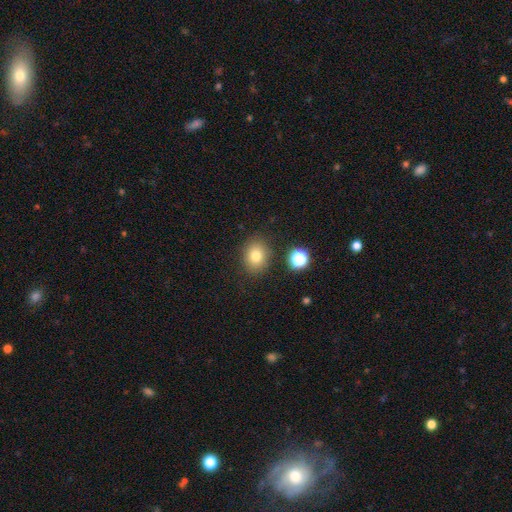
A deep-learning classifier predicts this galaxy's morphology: This is likely a smooth galaxy (77%). How rounded: possibly round (59%). Merging: clearly none (84%).